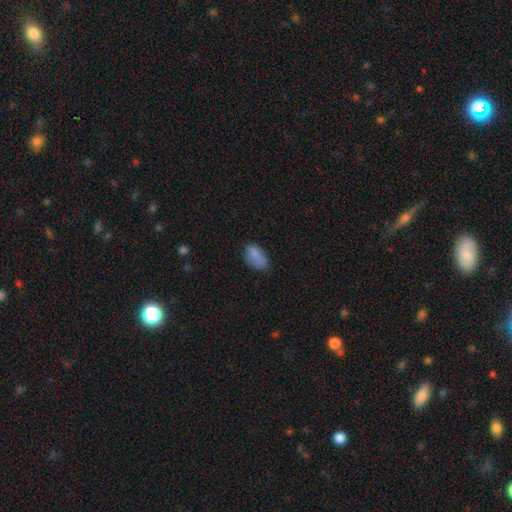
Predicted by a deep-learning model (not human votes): The model was most divided on "merging": none: 58%, minor disturbance: 30%, major disturbance: 10%, merger: 2%. More confident: how rounded — in between (92%); smooth or featured — smooth (82%).